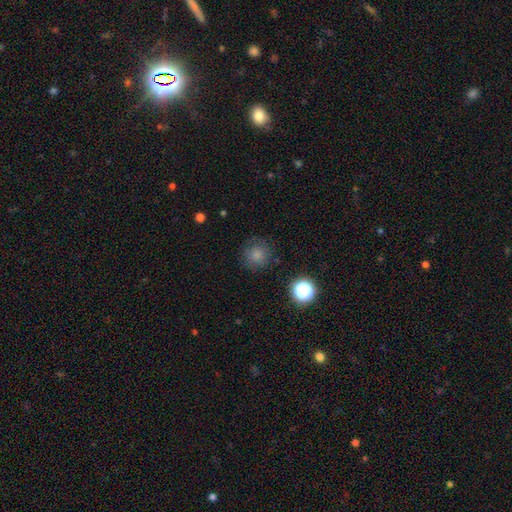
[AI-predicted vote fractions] Smooth or featured: smooth — 62% (star or artifact — 25%)
How rounded: round — 93% (in between — 6%)
Merging: none — 84% (minor disturbance — 10%)